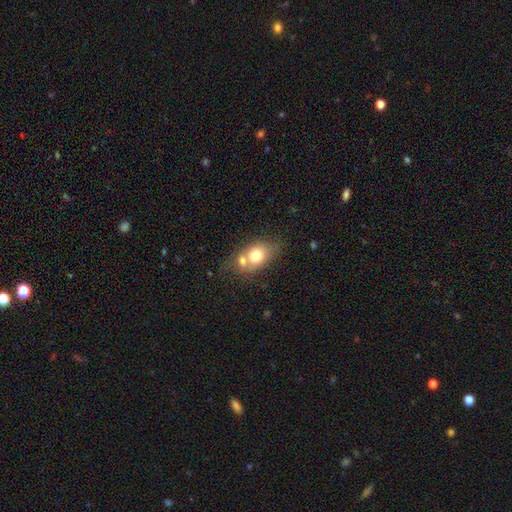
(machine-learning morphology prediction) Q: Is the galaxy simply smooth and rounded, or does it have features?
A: smooth — 71%.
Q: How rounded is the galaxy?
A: in between — 72%.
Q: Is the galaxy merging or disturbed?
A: merger — 46%.